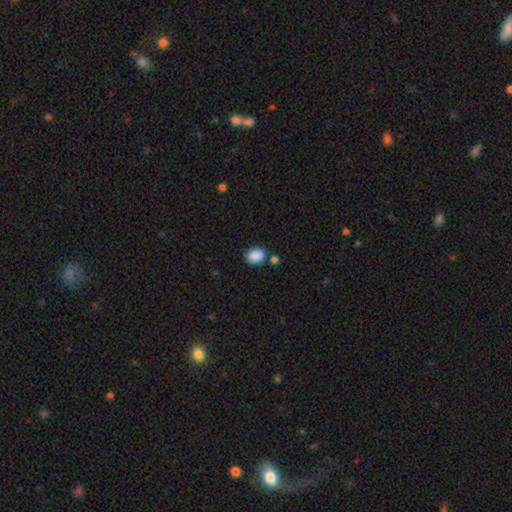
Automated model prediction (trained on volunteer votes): This is clearly a smooth galaxy (88%). How rounded: possibly in between (57%). Merging: likely none (76%).